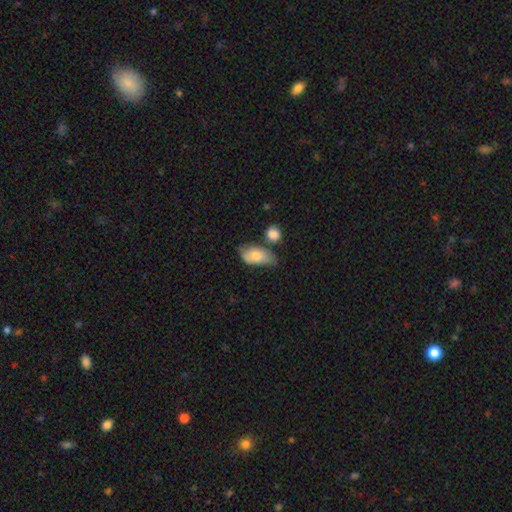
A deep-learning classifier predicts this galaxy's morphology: Overall: smooth (74%). How rounded: in between (91%). Merging: none (43%; minor disturbance 33%).